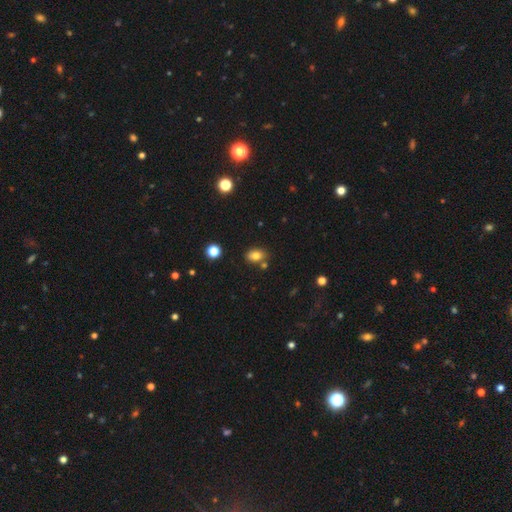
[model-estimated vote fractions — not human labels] smooth-or-featured: smooth: 79% | star or artifact: 12% | featured or disk: 9%
  how-rounded: in between: 77% | round: 21% | cigar-shaped: 1%
  merging: none: 75% | minor disturbance: 12% | merger: 10% | major disturbance: 3%